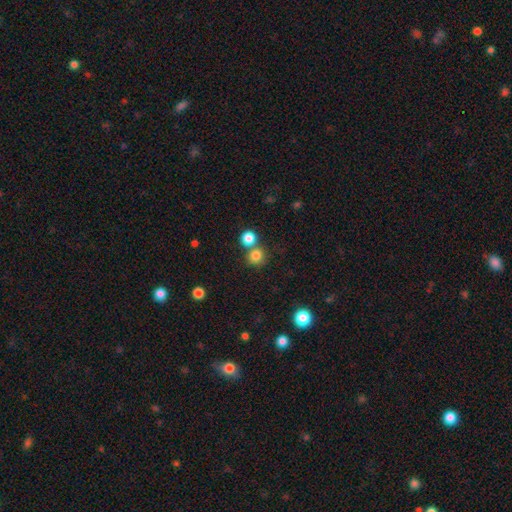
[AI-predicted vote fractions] The model was most divided on "merging": none: 65%, merger: 25%, minor disturbance: 7%, major disturbance: 3%. More confident: how rounded — round (91%); smooth or featured — smooth (81%).